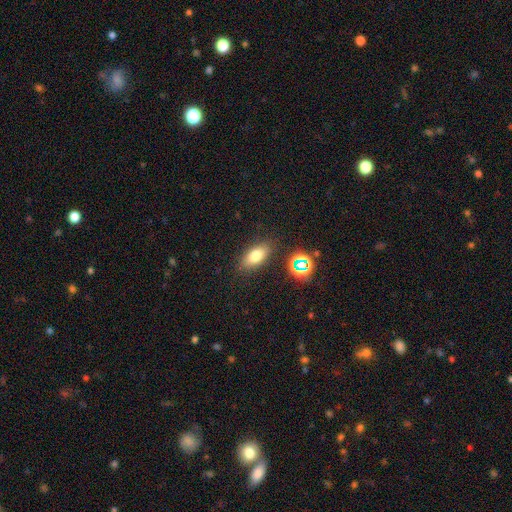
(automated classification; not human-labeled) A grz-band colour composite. It shows a smooth galaxy with no disk features (72%) that is in between round and cigar-shaped (80%). Merging: none (84%).